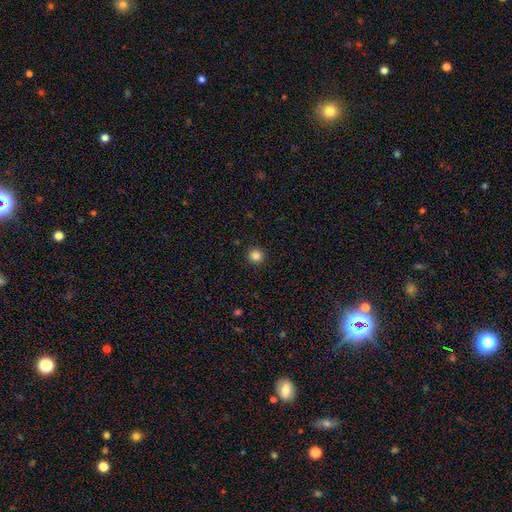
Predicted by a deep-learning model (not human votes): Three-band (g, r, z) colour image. It shows a smooth galaxy with no disk features (85%) that is round (94%). Merging: none (93%).